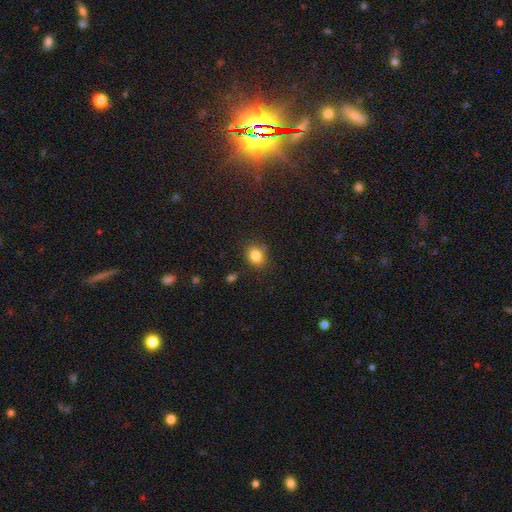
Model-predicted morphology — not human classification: Smooth or featured?
  - smooth: 83% *
  - star or artifact: 11%
  - featured or disk: 6%
How rounded?
  - round: 57% *
  - in between: 42%
  - cigar-shaped: 1%
Merging?
  - none: 79% *
  - minor disturbance: 14%
  - merger: 4%
  - major disturbance: 3%